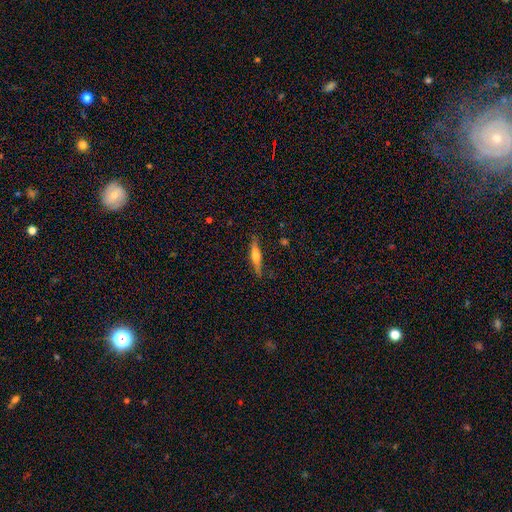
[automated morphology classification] Smooth or featured? Predicted: featured or disk (p=0.53). Edge-on disk? Predicted: yes (p=0.95). Edge-on bulge? Predicted: rounded (p=0.84). Merging? Predicted: none (p=0.84).